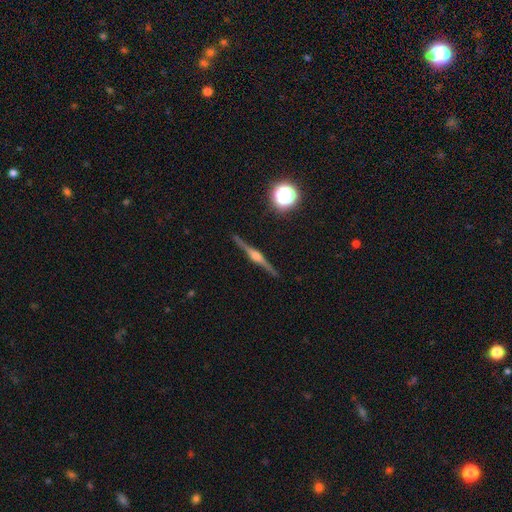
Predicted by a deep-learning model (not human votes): This is clearly a featured or disk galaxy (85%). It is clearly viewed edge-on (98%). Edge-on bulge: clearly rounded (88%). Merging: clearly none (91%).